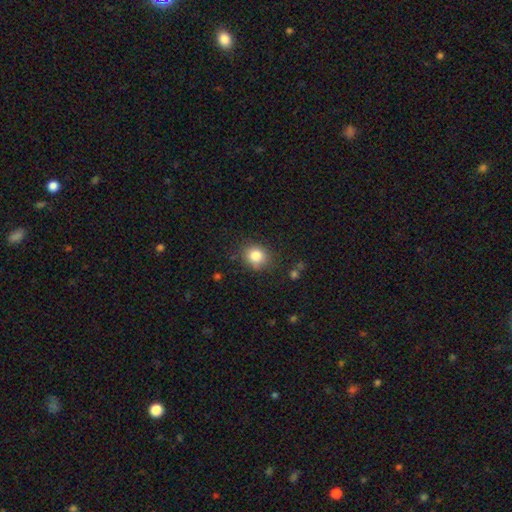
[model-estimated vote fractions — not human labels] Smooth or featured?
  - smooth: 83% *
  - star or artifact: 11%
  - featured or disk: 6%
How rounded?
  - round: 77% *
  - in between: 22%
  - cigar-shaped: 1%
Merging?
  - none: 82% *
  - minor disturbance: 12%
  - major disturbance: 3%
  - merger: 2%